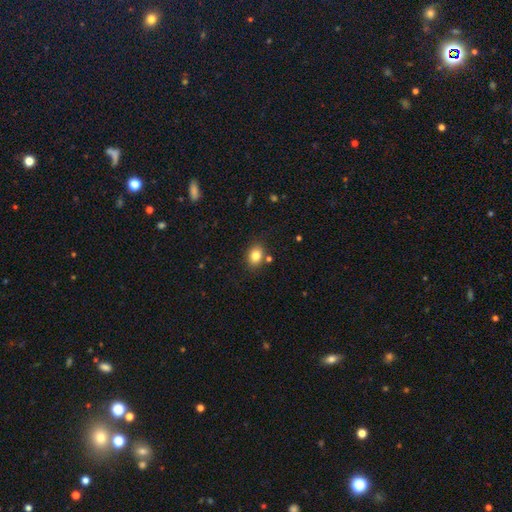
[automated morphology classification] A smooth galaxy with no disk features (82%) that is in between round and cigar-shaped (59%). Merging: none (80%).